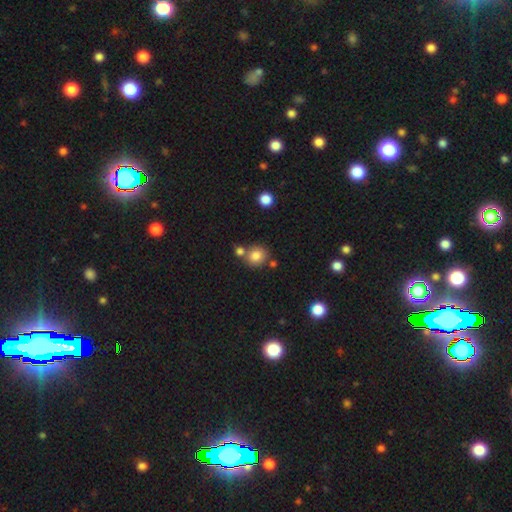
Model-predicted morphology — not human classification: A smooth galaxy with no disk features (82%) that is round (82%).

Vote fractions:
- Smooth or featured? smooth: 82% / star or artifact: 11% / featured or disk: 8%
- How rounded? round: 82% / in between: 17% / cigar-shaped: 1%
- Merging? none: 64% / merger: 23% / minor disturbance: 10% / major disturbance: 3%